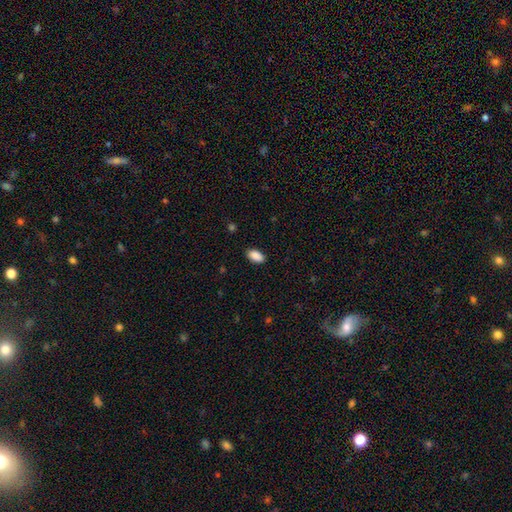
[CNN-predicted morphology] Smooth or featured? Predicted: smooth (p=0.90). How rounded? Predicted: in between (p=0.94). Merging? Predicted: none (p=0.87).